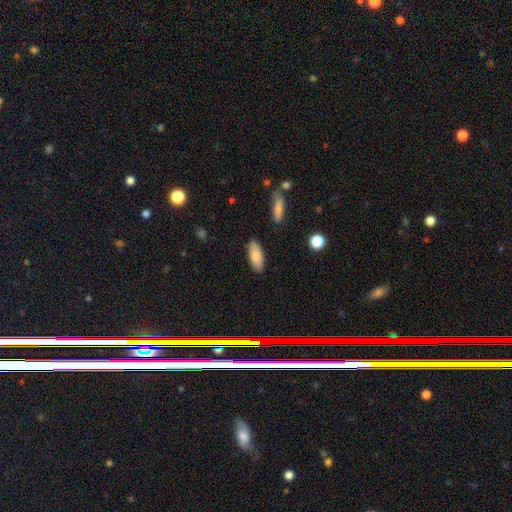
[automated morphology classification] Smooth or featured? smooth (85%)
How rounded? in between (80%)
Merging? none (86%)